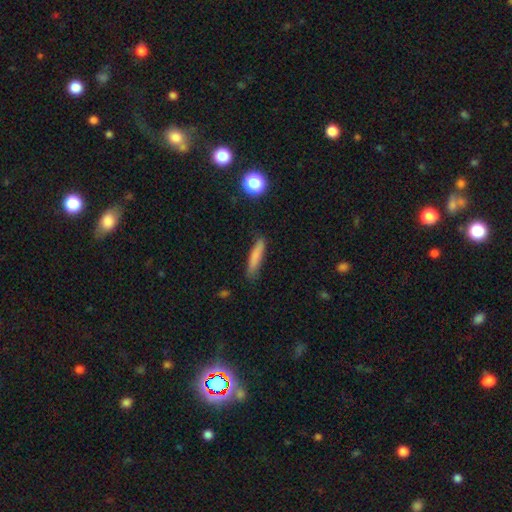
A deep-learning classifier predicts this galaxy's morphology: Smooth or featured? Predicted: smooth (p=0.80). How rounded? Predicted: cigar-shaped (p=0.87). Merging? Predicted: none (p=0.81).